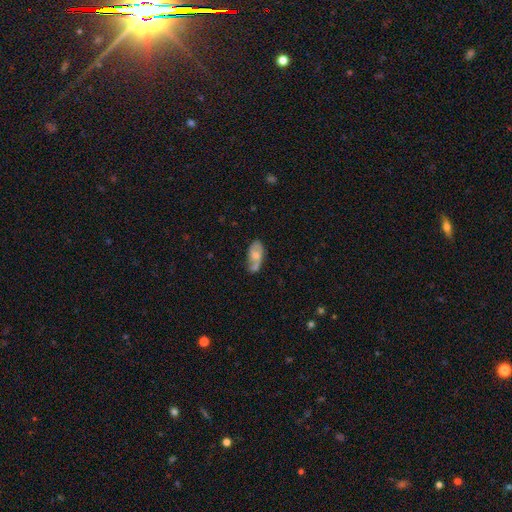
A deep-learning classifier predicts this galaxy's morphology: A smooth galaxy with no disk features (51%) that is in between round and cigar-shaped (90%).

Vote fractions:
- Smooth or featured? smooth: 51% / featured or disk: 42% / star or artifact: 7%
- How rounded? in between: 90% / cigar-shaped: 6% / round: 4%
- Merging? none: 47% / minor disturbance: 30% / merger: 12% / major disturbance: 12%